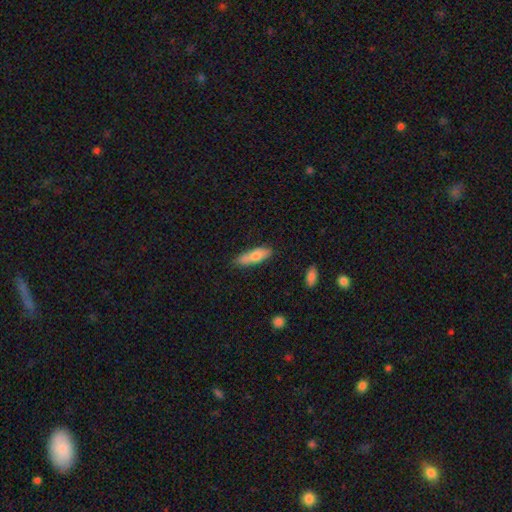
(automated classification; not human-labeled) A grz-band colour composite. It shows a smooth galaxy with no disk features (73%) that is cigar-shaped (54%). Merging: none (74%).